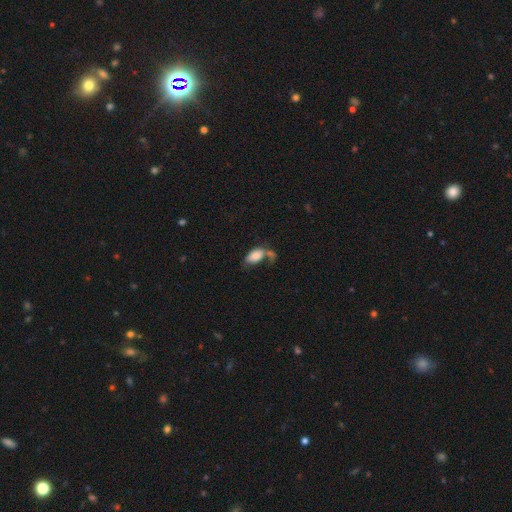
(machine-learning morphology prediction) Overall: smooth (79%). How rounded: in between (92%). Merging: merger (34%; none 31%).